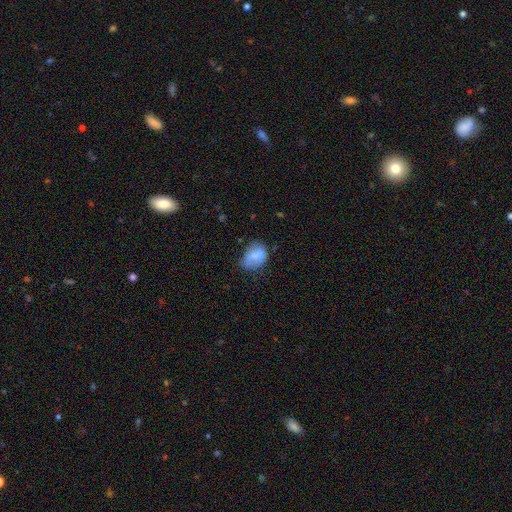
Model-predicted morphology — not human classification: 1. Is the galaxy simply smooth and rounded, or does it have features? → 76% smooth, 15% featured or disk, 8% star or artifact.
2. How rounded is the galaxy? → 78% in between, 21% round, 1% cigar-shaped.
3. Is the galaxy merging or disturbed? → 48% none, 37% minor disturbance, 12% major disturbance, 3% merger.